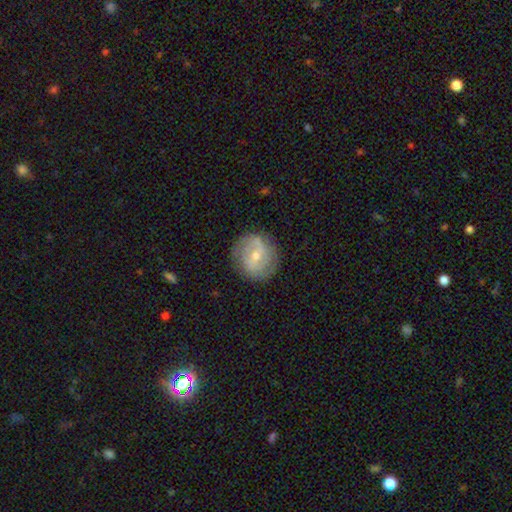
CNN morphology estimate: Smooth or featured? Predicted: featured or disk (p=0.70). Edge-on disk? Predicted: no (p=0.97). Bar? Predicted: weak (p=0.47). Spiral arms? Predicted: yes (p=0.83). Spiral winding? Predicted: tight (p=0.47). Spiral arm count? Predicted: 2 (p=0.65). Bulge size? Predicted: moderate (p=0.51). Merging? Predicted: none (p=0.81).